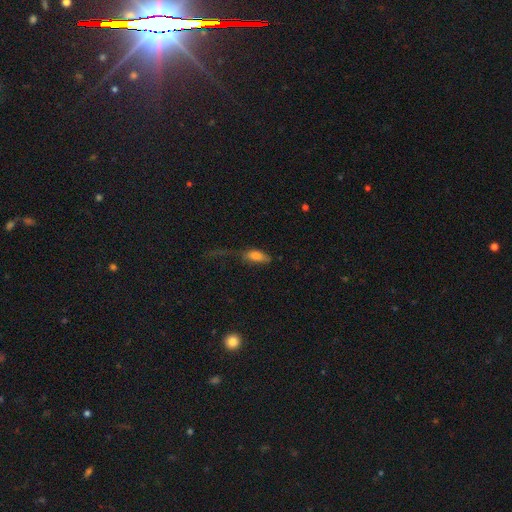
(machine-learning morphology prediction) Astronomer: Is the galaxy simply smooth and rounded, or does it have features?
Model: smooth — 76%.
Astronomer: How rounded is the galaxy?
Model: in between — 78%.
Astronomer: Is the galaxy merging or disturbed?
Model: major disturbance — 44% (runner-up: none, 27%).